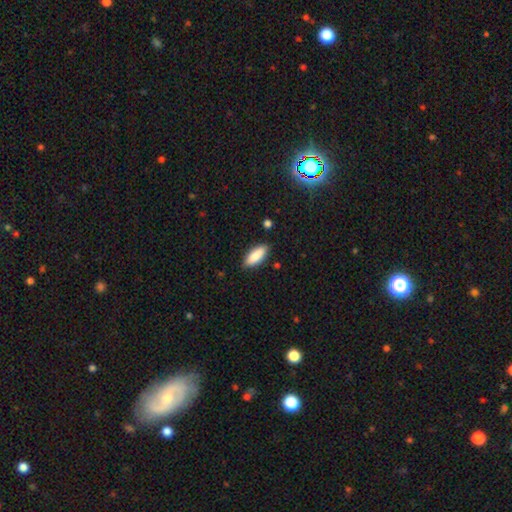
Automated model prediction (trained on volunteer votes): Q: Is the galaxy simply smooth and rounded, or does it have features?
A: smooth — 87%.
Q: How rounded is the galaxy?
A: in between — 78%.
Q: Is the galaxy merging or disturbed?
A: none — 86%.